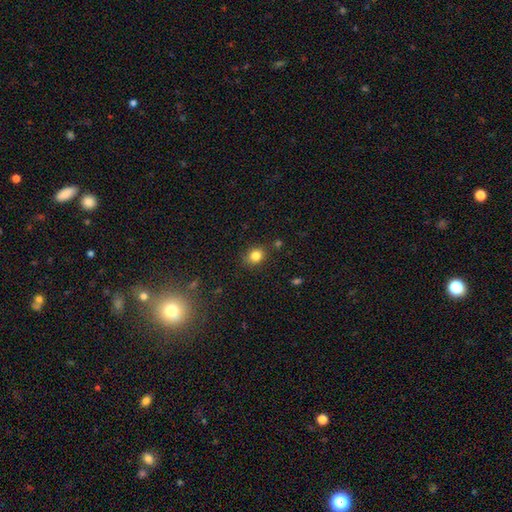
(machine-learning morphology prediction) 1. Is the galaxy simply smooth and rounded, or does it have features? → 83% smooth, 12% star or artifact, 5% featured or disk.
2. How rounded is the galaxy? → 66% round, 33% in between, 1% cigar-shaped.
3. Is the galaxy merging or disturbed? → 83% none, 11% minor disturbance, 3% major disturbance, 3% merger.